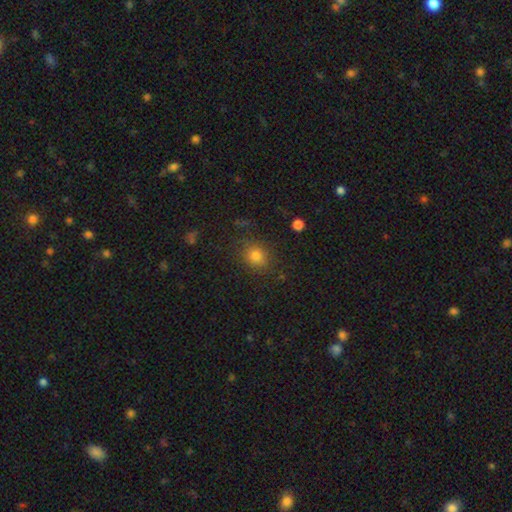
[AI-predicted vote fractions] A smooth galaxy with no disk features (79%) that is round (69%).

Vote fractions:
- Smooth or featured? smooth: 79% / star or artifact: 14% / featured or disk: 7%
- How rounded? round: 69% / in between: 30% / cigar-shaped: 1%
- Merging? none: 83% / minor disturbance: 11% / major disturbance: 4% / merger: 2%